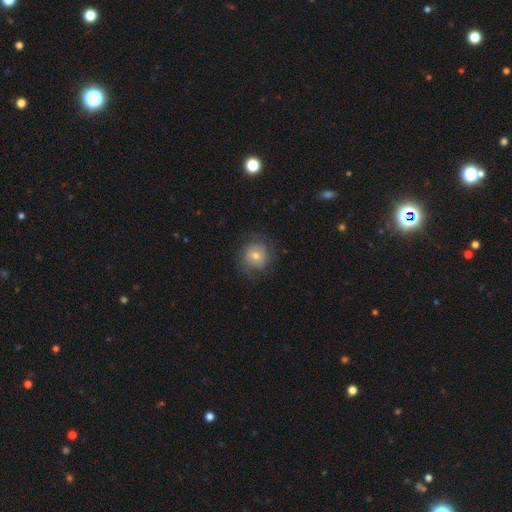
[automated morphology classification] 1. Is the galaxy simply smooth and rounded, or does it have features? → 60% smooth, 30% featured or disk, 10% star or artifact.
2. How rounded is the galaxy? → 90% round, 9% in between, 1% cigar-shaped.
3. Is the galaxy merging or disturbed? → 75% none, 15% minor disturbance, 9% major disturbance, 1% merger.